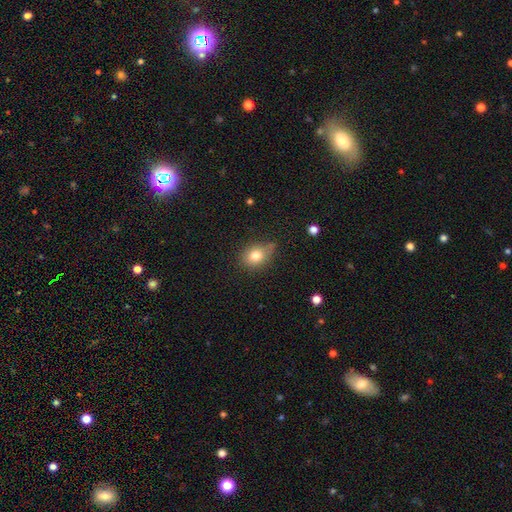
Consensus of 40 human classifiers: smooth 80%, featured or disk 10%, star or artifact 10%. Down the decision tree: how rounded — in between (53%); merging — none (56%).